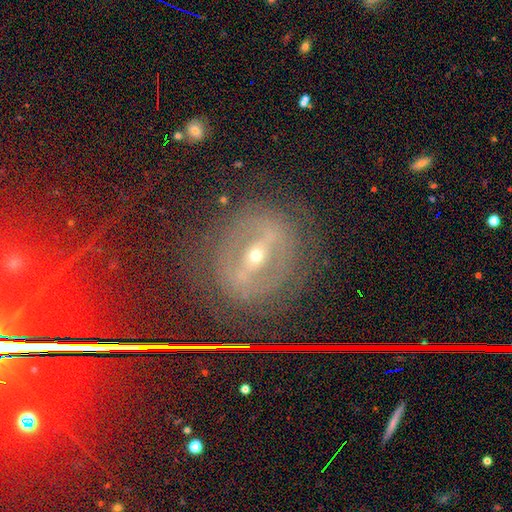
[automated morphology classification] Smooth or featured? featured or disk (69%)
Edge-on disk? no (75%)
Bar? strong (73%)
Spiral arms? yes (57%)
Bulge size? small (63%)
Merging? none (81%)